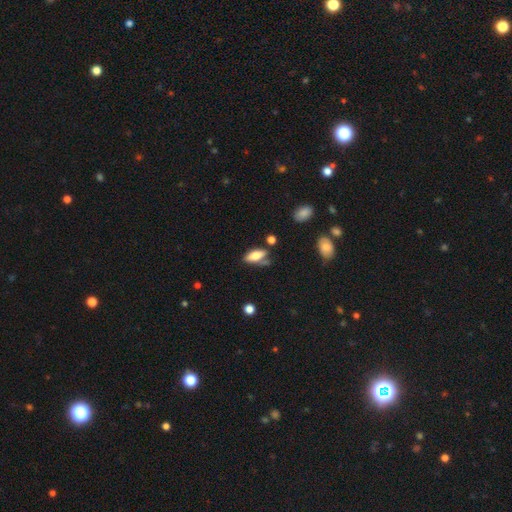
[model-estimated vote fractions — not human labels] Smooth or featured? Predicted: smooth (p=0.72). How rounded? Predicted: in between (p=0.77). Merging? Predicted: none (p=0.54).